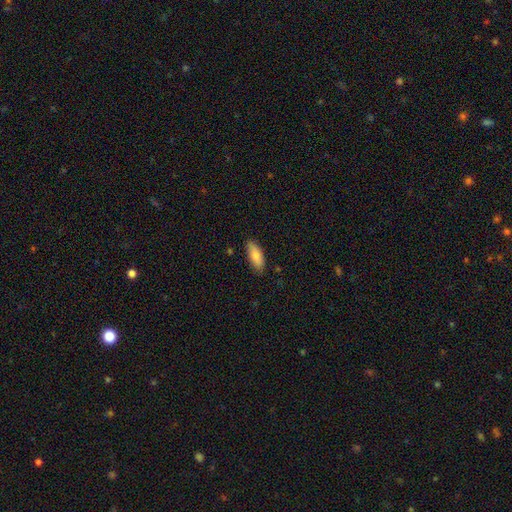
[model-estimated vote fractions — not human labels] Q: Smooth or featured?
A: smooth (84%); runner-up: featured or disk (10%)
Q: How rounded?
A: in between (78%); runner-up: cigar-shaped (20%)
Q: Merging?
A: none (83%); runner-up: minor disturbance (13%)